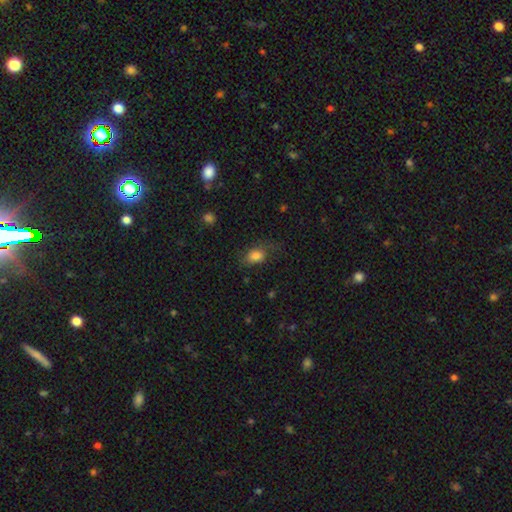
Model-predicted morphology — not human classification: This is clearly a smooth galaxy (80%). How rounded: likely in between (77%). Merging: possibly none (59%).